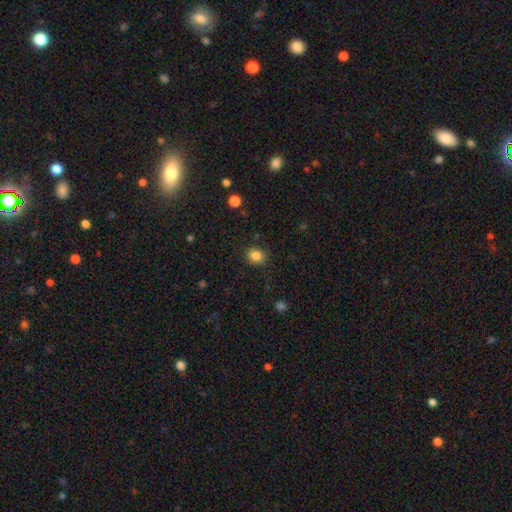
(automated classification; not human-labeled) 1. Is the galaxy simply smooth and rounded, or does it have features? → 85% smooth, 11% star or artifact, 4% featured or disk.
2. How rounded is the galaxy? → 69% round, 30% in between, 1% cigar-shaped.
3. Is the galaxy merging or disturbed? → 87% none, 9% minor disturbance, 3% major disturbance, 1% merger.